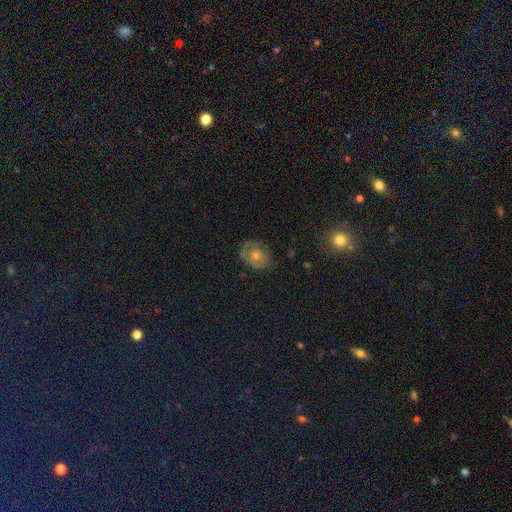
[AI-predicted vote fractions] Smooth or featured?
  - featured or disk: 42% *
  - smooth: 39%
  - star or artifact: 20%
Merging?
  - none: 70% *
  - minor disturbance: 20%
  - major disturbance: 8%
  - merger: 2%